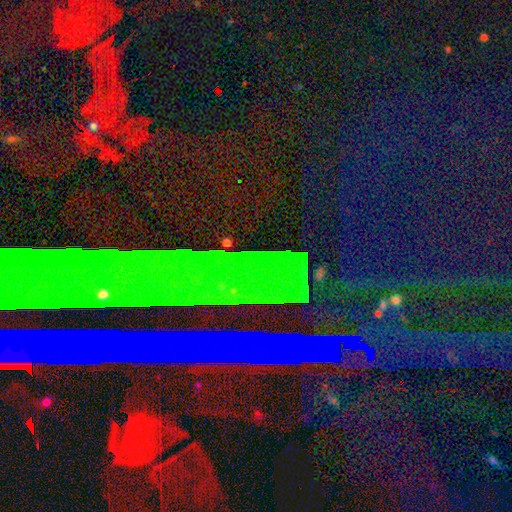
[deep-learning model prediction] Morphology: type=star or artifact (88%).